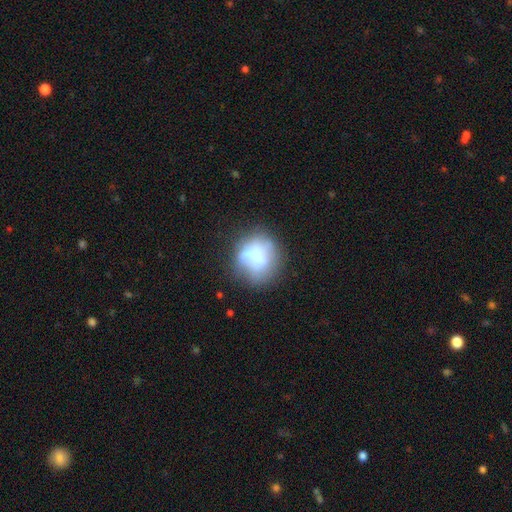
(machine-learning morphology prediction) smooth-or-featured: smooth: 58% | featured or disk: 30% | star or artifact: 12%
  how-rounded: round: 72% | in between: 26% | cigar-shaped: 1%
  merging: none: 49% | minor disturbance: 22% | major disturbance: 17% | merger: 12%